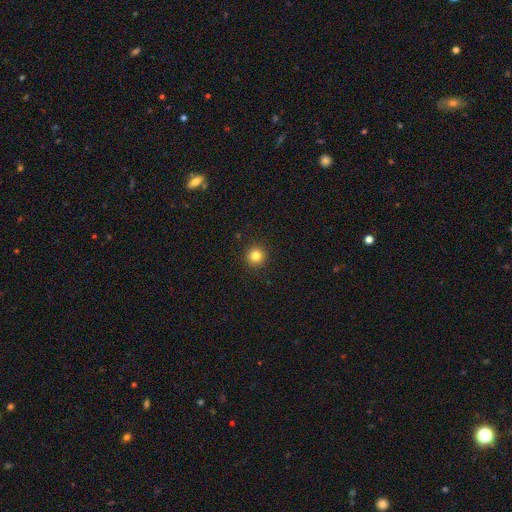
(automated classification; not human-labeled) This is clearly a smooth galaxy (83%). How rounded: clearly round (95%). Merging: clearly none (93%).